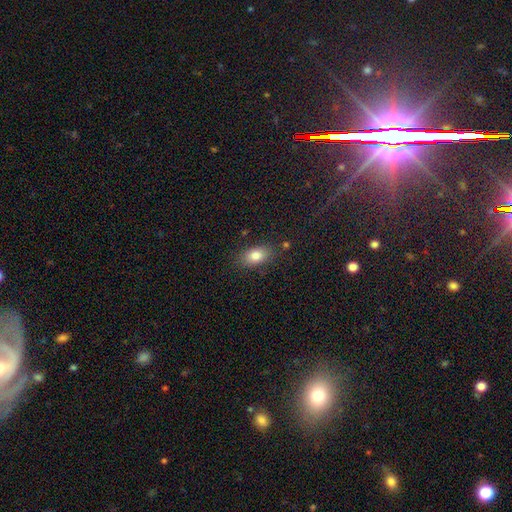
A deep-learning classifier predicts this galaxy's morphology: A smooth galaxy with no disk features (82%) that is in between round and cigar-shaped (87%).

Vote fractions:
- Smooth or featured? smooth: 82% / featured or disk: 9% / star or artifact: 9%
- How rounded? in between: 87% / round: 10% / cigar-shaped: 4%
- Merging? none: 81% / minor disturbance: 13% / major disturbance: 4% / merger: 3%